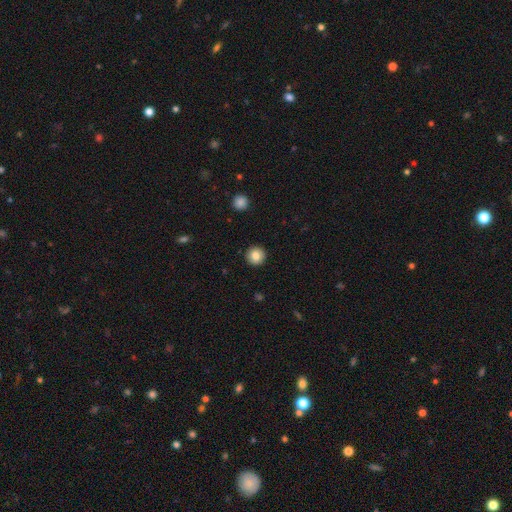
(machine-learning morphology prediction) Smooth or featured?
  - smooth: 82% *
  - star or artifact: 9%
  - featured or disk: 9%
How rounded?
  - round: 95% *
  - in between: 4%
  - cigar-shaped: 1%
Merging?
  - none: 93% *
  - minor disturbance: 5%
  - major disturbance: 2%
  - merger: 1%